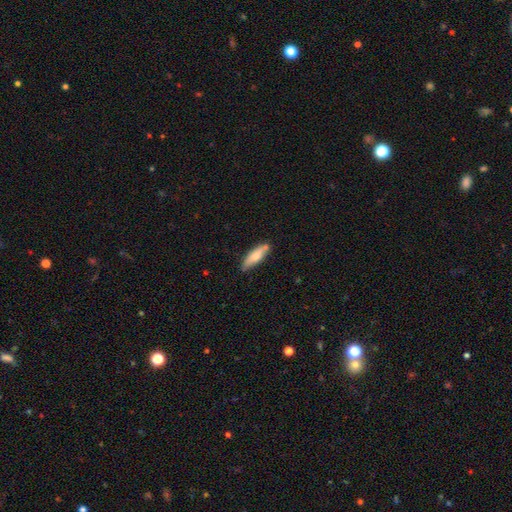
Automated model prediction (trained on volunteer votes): Morphology: type=smooth (73%); roundness=cigar-shaped (57%); merging=none (72%).